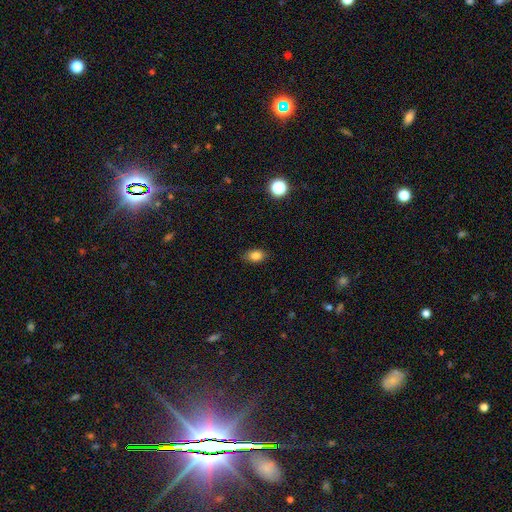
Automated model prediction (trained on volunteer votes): This appears to be a smooth galaxy with no disk features (83%) that is in between round and cigar-shaped (83%). Merging: none (84%).